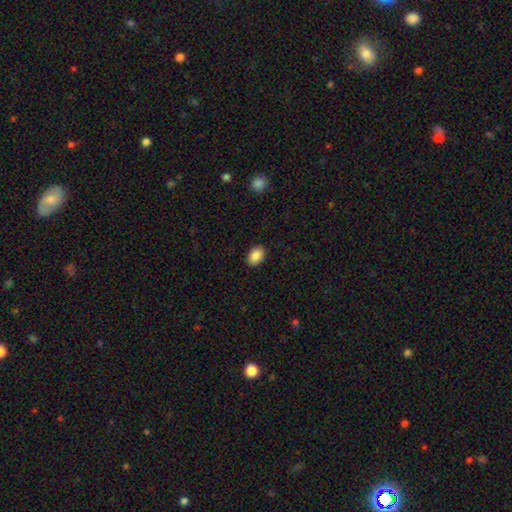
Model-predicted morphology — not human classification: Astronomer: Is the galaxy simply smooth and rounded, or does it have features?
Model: smooth — 88%.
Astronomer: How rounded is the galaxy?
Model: in between — 85%.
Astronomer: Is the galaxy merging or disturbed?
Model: none — 90%.